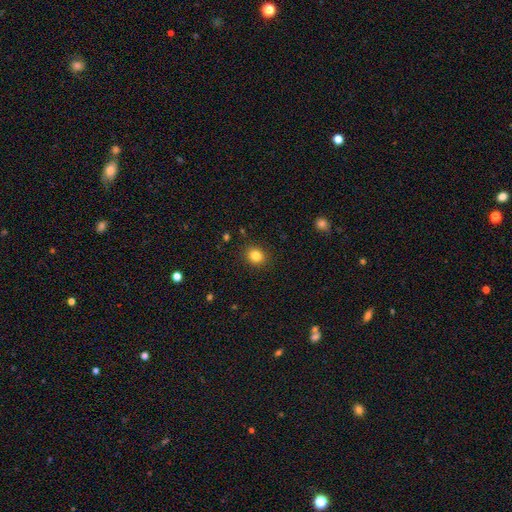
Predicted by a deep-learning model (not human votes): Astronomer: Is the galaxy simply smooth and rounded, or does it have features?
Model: smooth — 83%.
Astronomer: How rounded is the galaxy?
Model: round — 71%.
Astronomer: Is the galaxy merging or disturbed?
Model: none — 90%.